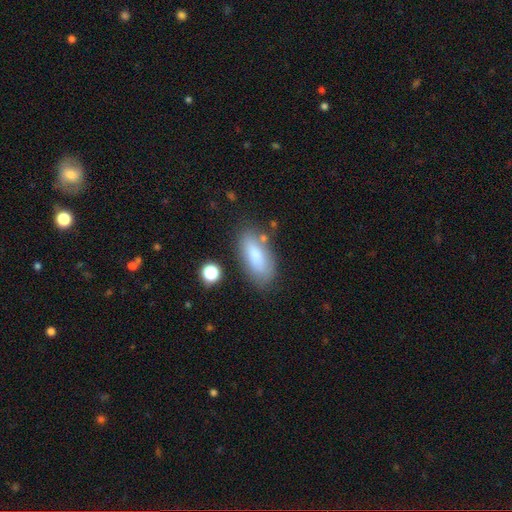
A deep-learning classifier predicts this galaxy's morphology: This appears to be a smooth galaxy with no disk features (80%) that is in between round and cigar-shaped (80%). Merging: none (72%).